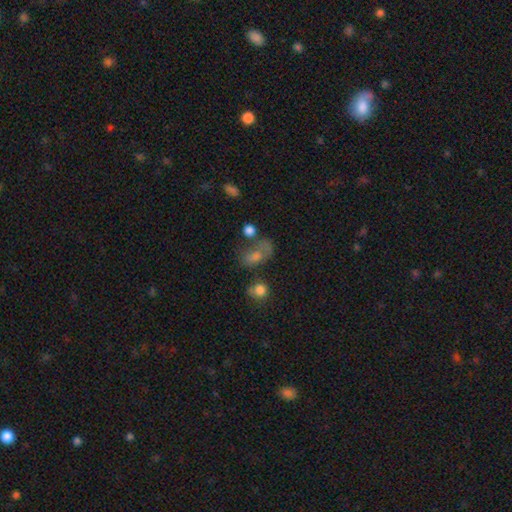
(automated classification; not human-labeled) Smooth or featured: smooth — 53% (star or artifact — 23%)
How rounded: in between — 68% (round — 28%)
Merging: none — 37% (major disturbance — 23%)